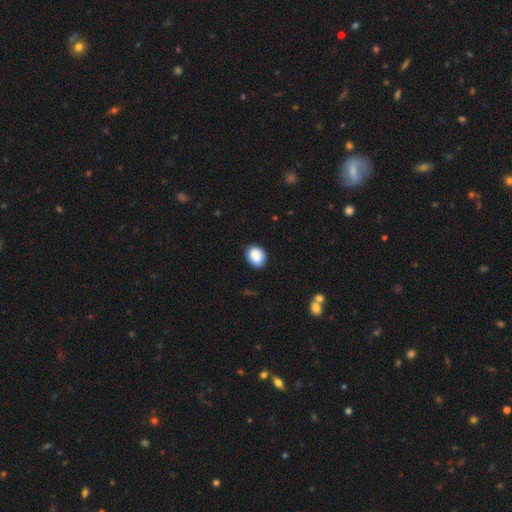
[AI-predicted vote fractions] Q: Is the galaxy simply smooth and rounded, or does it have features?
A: smooth — 88%.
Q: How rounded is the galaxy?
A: in between — 61%.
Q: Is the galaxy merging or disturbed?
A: none — 83%.